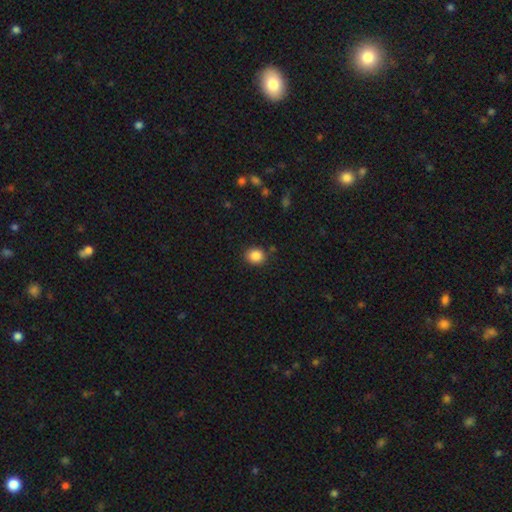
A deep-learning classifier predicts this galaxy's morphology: Smooth or featured?
  - smooth: 86% *
  - star or artifact: 10%
  - featured or disk: 4%
How rounded?
  - round: 71% *
  - in between: 28%
  - cigar-shaped: 1%
Merging?
  - none: 86% *
  - minor disturbance: 9%
  - major disturbance: 2%
  - merger: 2%